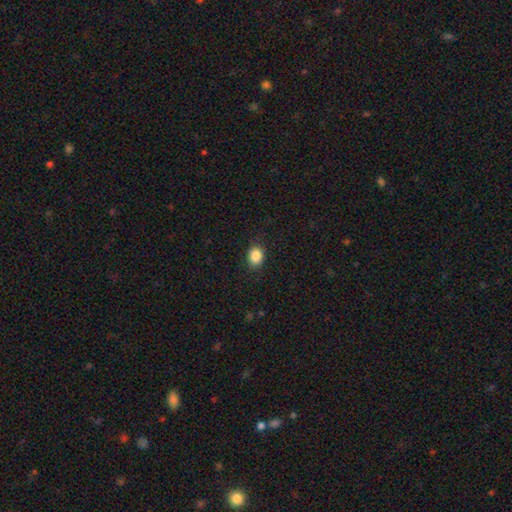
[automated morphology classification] This appears to be a smooth galaxy with no disk features (87%) that is in between round and cigar-shaped (52%). Merging: none (87%).